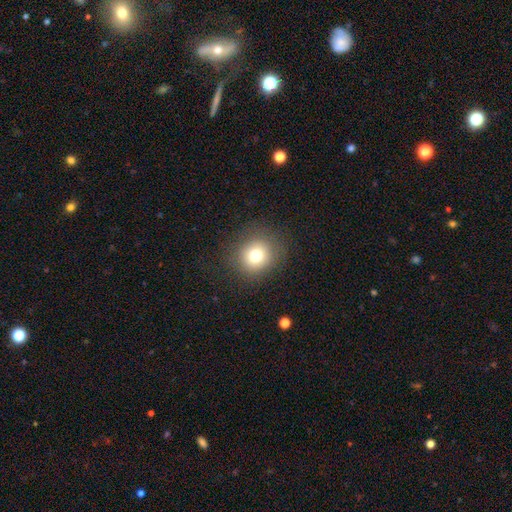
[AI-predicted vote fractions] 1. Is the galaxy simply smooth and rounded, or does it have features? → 76% smooth, 13% star or artifact, 11% featured or disk.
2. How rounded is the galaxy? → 85% round, 14% in between, 1% cigar-shaped.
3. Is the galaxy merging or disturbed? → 85% none, 9% minor disturbance, 4% major disturbance, 1% merger.